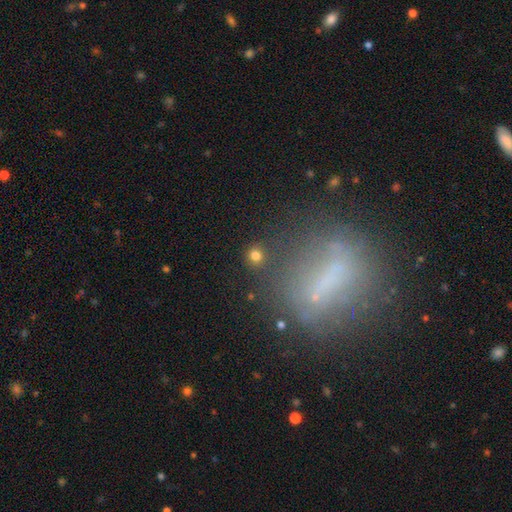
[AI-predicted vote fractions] Overall: smooth (79%). How rounded: round (91%). Merging: none (85%).